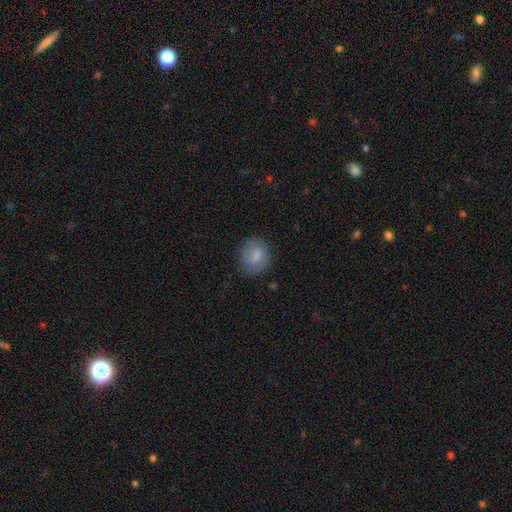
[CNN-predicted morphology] This is likely a smooth galaxy (77%). How rounded: likely round (69%). Merging: likely none (77%).